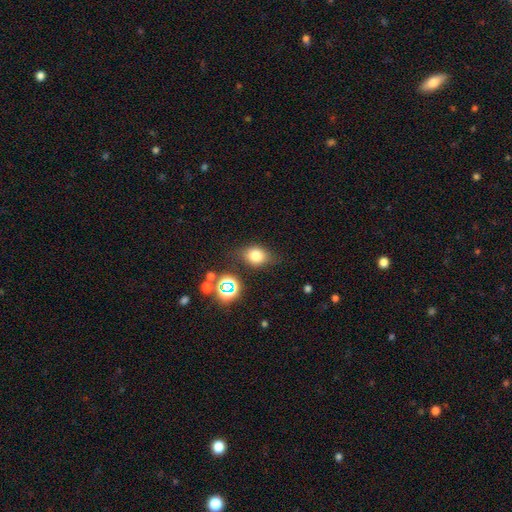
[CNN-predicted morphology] Smooth or featured: smooth — 74% (star or artifact — 14%)
How rounded: in between — 57% (round — 41%)
Merging: none — 70% (minor disturbance — 20%)